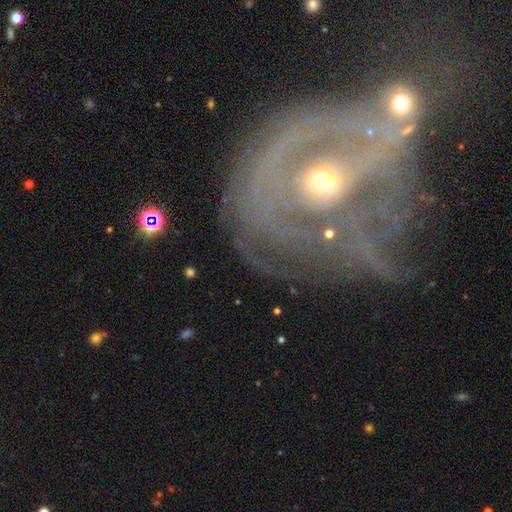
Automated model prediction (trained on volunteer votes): A featured or disk galaxy (80%) with no bar (65%), tight (65%) spiral arms (73%) and a moderate central bulge (53%).

Vote fractions:
- Smooth or featured? featured or disk: 80% / smooth: 10% / star or artifact: 10%
- Edge-on disk? no: 95% / yes: 5%
- Bar? no: 65% / weak: 21% / strong: 14%
- Spiral arms? yes: 73% / no: 27%
- Spiral winding? tight: 65% / medium: 23% / loose: 12%
- Spiral arm count? can't tell: 38% / 2: 19% / 3: 14% / more than 4: 10% / 4: 10% / 1: 9%
- Bulge size? moderate: 53% / small: 39% / large: 5% / dominant: 2% / none: 2%
- Merging? none: 53% / major disturbance: 20% / minor disturbance: 18% / merger: 9%